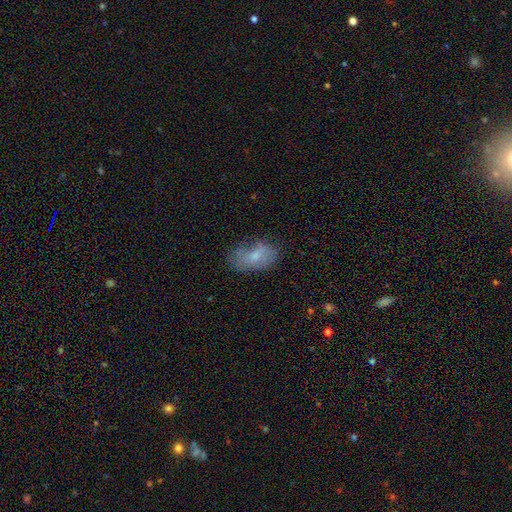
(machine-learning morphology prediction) smooth 62%, featured or disk 29%, star or artifact 8%. Down the decision tree: how rounded — in between (91%); merging — none (59%).